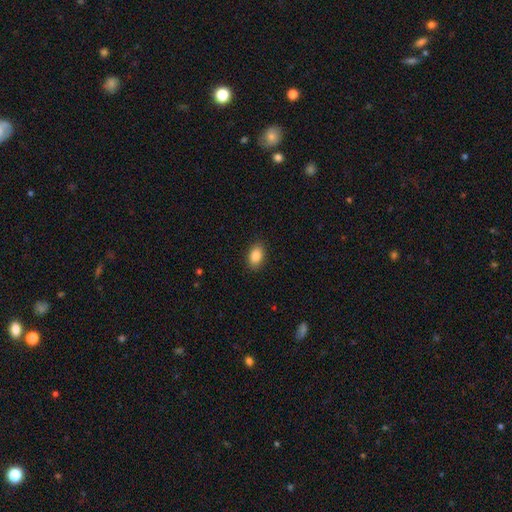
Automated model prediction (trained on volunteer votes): Smooth or featured?
  - smooth: 86% *
  - star or artifact: 8%
  - featured or disk: 6%
How rounded?
  - in between: 89% *
  - round: 9%
  - cigar-shaped: 2%
Merging?
  - none: 89% *
  - minor disturbance: 8%
  - major disturbance: 2%
  - merger: 1%